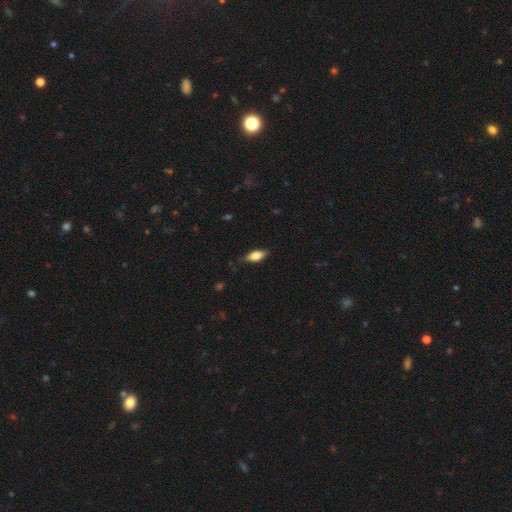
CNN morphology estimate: Overall: smooth (68%). How rounded: in between (80%). Merging: none (79%).